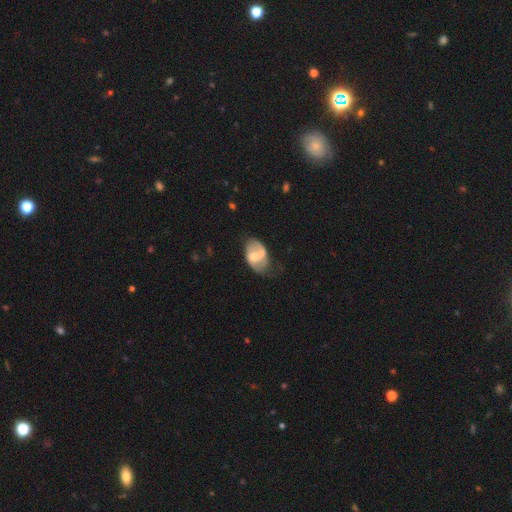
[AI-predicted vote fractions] featured or disk 53%, smooth 40%, star or artifact 7%. Down the decision tree: edge-on disk — no (96%); bar — no (68%); spiral arms — no (57%); bulge size — moderate (53%); merging — none (28%, tied with merger).